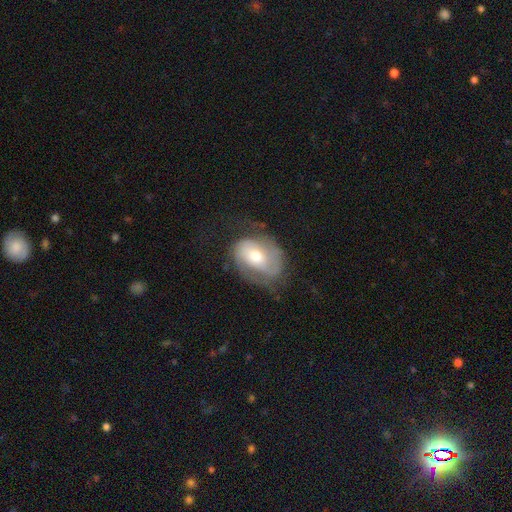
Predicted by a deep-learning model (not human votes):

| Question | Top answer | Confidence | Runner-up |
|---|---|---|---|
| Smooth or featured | featured or disk | 68% | smooth (26%) |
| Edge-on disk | no | 96% | yes (4%) |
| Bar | no | 56% | weak (31%) |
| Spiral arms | yes | 83% | no (17%) |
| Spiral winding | medium | 39% | tied: tight (39%) |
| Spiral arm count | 2 | 66% | can't tell (17%) |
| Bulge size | moderate | 67% | small (23%) |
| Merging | none | 55% | minor disturbance (24%) |